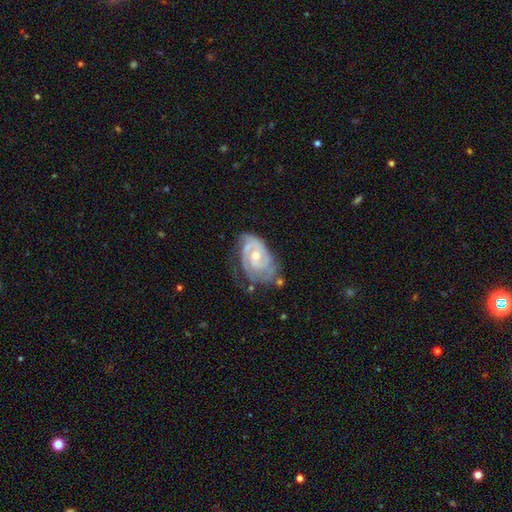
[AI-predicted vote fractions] The model was most divided on "bulge size": moderate: 54%, small: 42%, large: 2%, none: 2%, dominant: 1%. More confident: edge-on disk — no (97%); spiral arms — yes (95%); smooth or featured — featured or disk (86%); spiral winding — tight (65%); bar — no (61%); merging — none (56%); spiral arm count — 2 (54%).